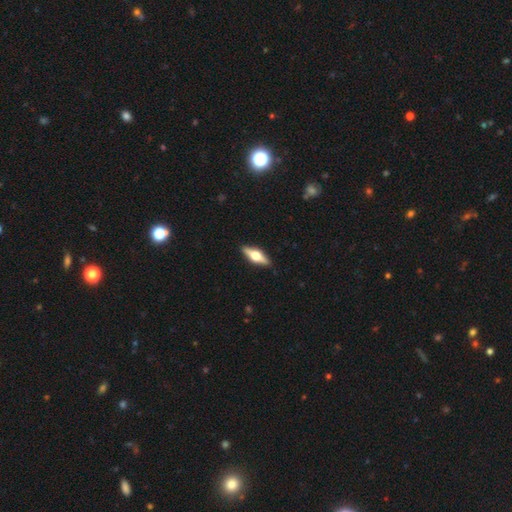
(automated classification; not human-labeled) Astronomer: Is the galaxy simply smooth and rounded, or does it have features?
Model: featured or disk — 60%.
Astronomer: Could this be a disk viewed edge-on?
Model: yes — 95%.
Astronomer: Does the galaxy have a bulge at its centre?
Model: rounded — 94%.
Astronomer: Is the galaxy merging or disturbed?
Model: none — 89%.